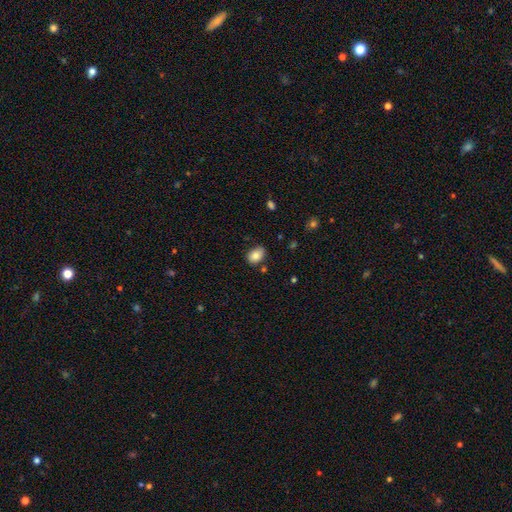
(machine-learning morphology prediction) Smooth or featured: smooth — 83% (featured or disk — 9%)
How rounded: in between — 76% (round — 23%)
Merging: none — 77% (minor disturbance — 17%)